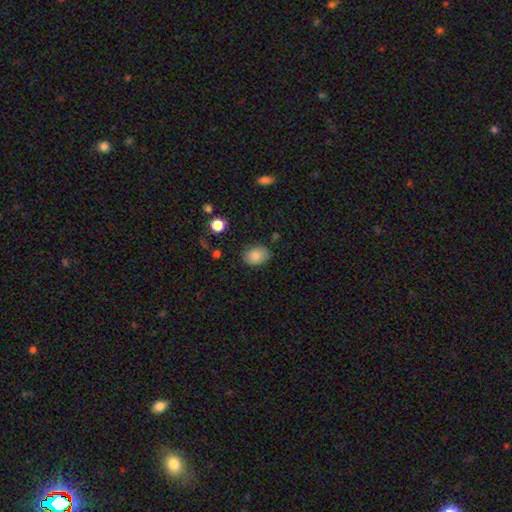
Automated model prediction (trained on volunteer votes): Overall: smooth (86%). How rounded: in between (68%; round 31%). Merging: none (80%).